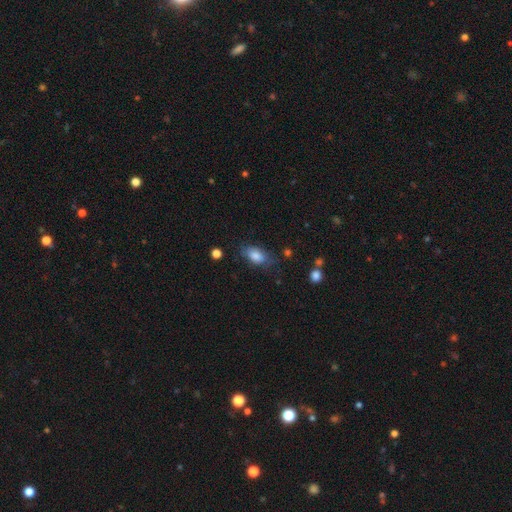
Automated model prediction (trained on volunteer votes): A smooth galaxy with no disk features (82%) that is in between round and cigar-shaped (90%). Merging: none (67%).